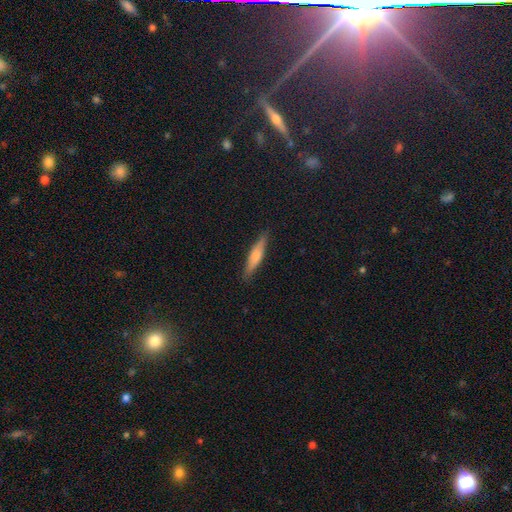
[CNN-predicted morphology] smooth 60%, featured or disk 34%, star or artifact 6%. Down the decision tree: how rounded — cigar-shaped (83%); merging — none (88%).